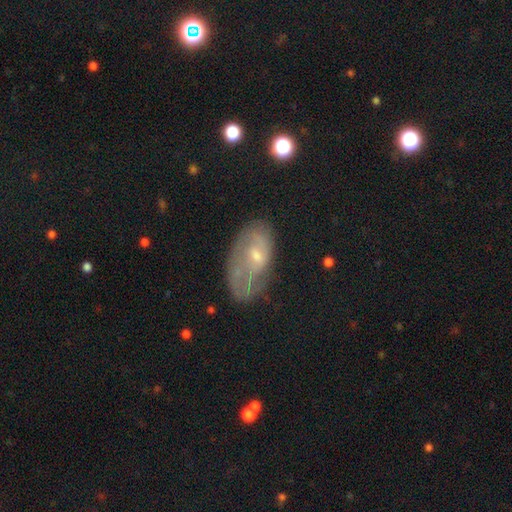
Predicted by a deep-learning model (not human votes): Smooth or featured?
  - featured or disk: 53% *
  - smooth: 38%
  - star or artifact: 9%
Edge-on disk?
  - no: 92% *
  - yes: 8%
Merging?
  - none: 43% *
  - minor disturbance: 31%
  - major disturbance: 23%
  - merger: 3%